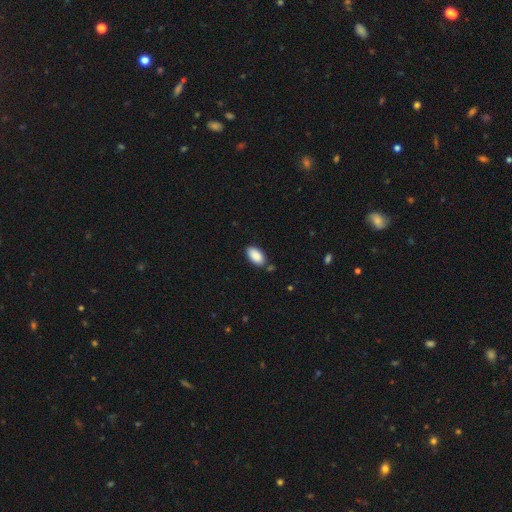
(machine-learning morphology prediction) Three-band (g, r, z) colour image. It shows a smooth galaxy with no disk features (90%) that is in between round and cigar-shaped (95%). Merging: none (80%).